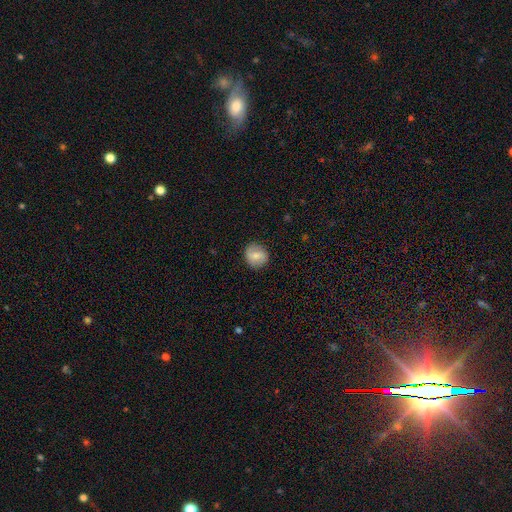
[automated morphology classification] Smooth or featured? Predicted: smooth (p=0.64). How rounded? Predicted: round (p=0.86). Merging? Predicted: none (p=0.85).